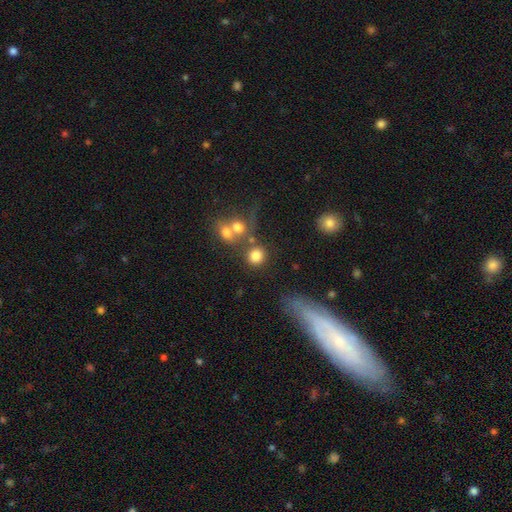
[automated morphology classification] This appears to be a smooth galaxy with no disk features (80%) that is round (82%). Merging: none (59%).